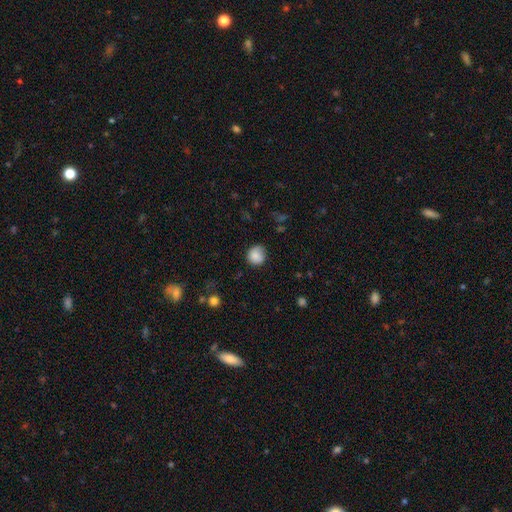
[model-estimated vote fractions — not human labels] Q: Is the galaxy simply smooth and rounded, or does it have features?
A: smooth — 84%.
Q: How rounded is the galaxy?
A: round — 85%.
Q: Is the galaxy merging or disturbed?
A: none — 70%.